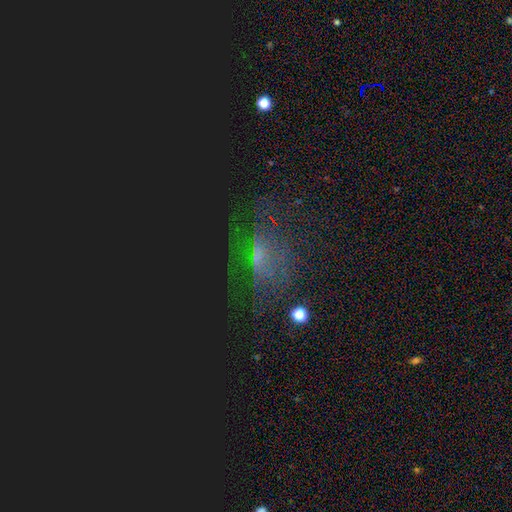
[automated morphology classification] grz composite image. It shows a star or artifact, not a galaxy (49%).